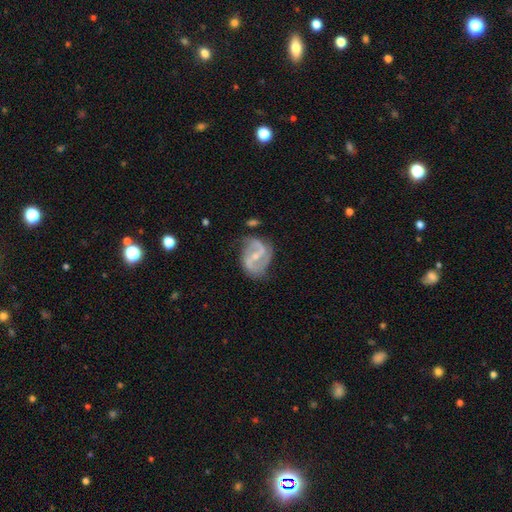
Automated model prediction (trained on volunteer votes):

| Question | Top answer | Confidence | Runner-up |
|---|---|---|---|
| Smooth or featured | featured or disk | 86% | smooth (8%) |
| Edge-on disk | no | 97% | yes (3%) |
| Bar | weak | 45% | strong (36%) |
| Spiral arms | yes | 94% | no (6%) |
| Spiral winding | medium | 48% | loose (34%) |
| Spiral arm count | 2 | 88% | can't tell (5%) |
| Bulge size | small | 61% | moderate (33%) |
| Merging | none | 60% | minor disturbance (25%) |